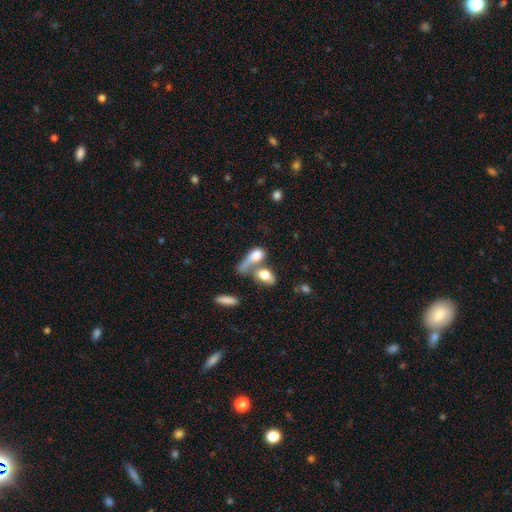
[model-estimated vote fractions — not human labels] This is likely a smooth galaxy (71%). How rounded: likely in between (66%). Merging: possibly merger (53%).